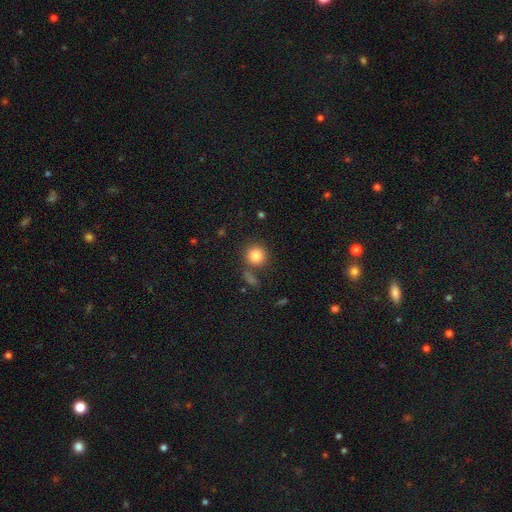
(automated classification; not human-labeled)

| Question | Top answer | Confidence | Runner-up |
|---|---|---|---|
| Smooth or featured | smooth | 85% | star or artifact (9%) |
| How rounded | round | 88% | in between (10%) |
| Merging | none | 71% | merger (13%) |